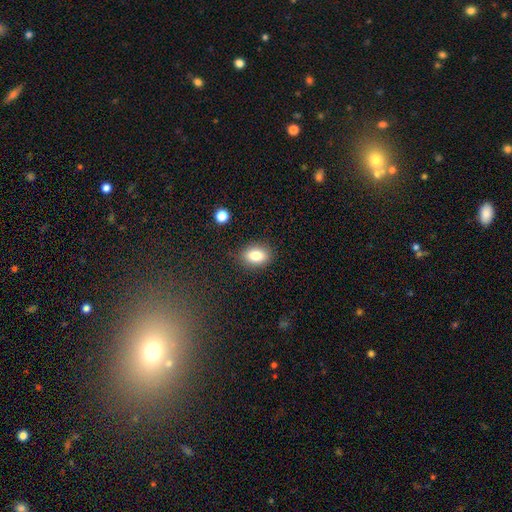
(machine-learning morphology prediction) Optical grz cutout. It shows a smooth galaxy with no disk features (82%) that is in between round and cigar-shaped (79%). Merging: none (84%).